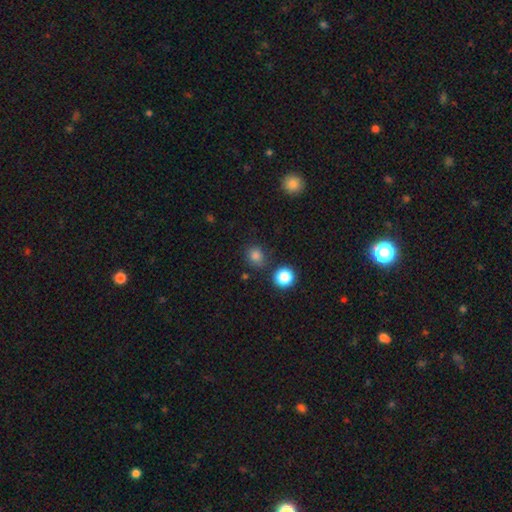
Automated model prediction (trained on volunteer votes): smooth 81%, star or artifact 15%, featured or disk 4%. Down the decision tree: how rounded — round (76%); merging — none (80%).